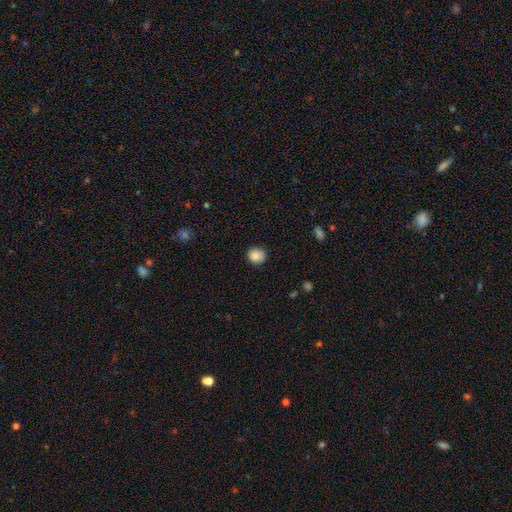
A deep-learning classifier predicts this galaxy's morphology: smooth_or_featured: smooth (p=0.87) [alt: star or artifact p=0.09]
how_rounded: round (p=0.84) [alt: in between p=0.15]
merging: none (p=0.85) [alt: minor disturbance p=0.12]